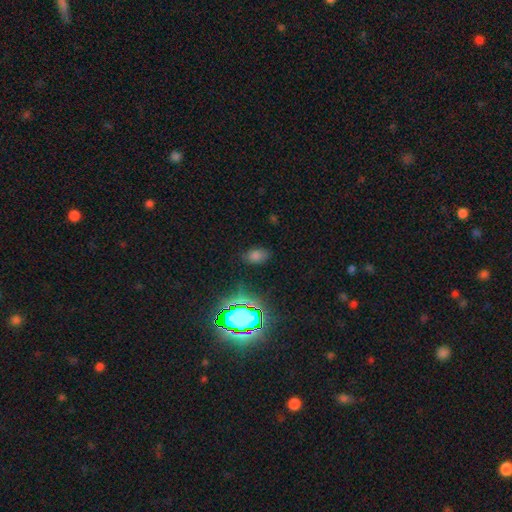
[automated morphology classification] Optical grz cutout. It shows a smooth galaxy with no disk features (57%) that is in between round and cigar-shaped (82%). Merging: none (81%).